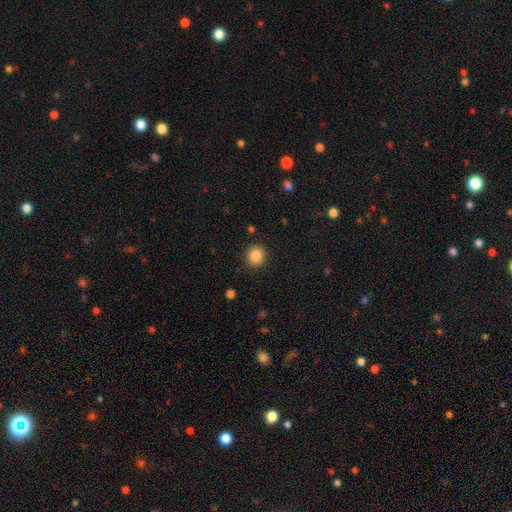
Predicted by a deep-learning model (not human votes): A smooth galaxy with no disk features (86%) that is round (88%). Merging: none (91%).